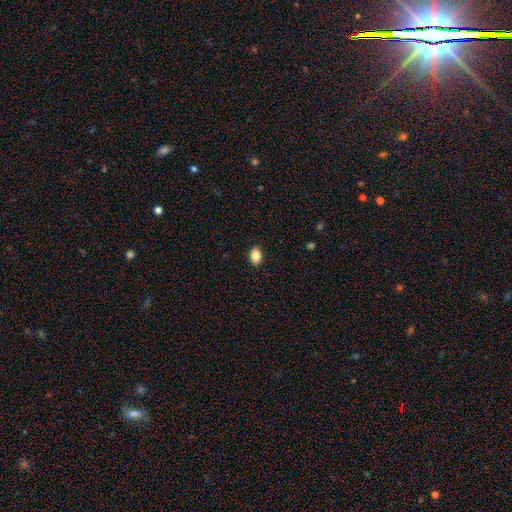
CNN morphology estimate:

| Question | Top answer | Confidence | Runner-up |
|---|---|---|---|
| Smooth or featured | smooth | 85% | star or artifact (9%) |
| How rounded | in between | 76% | round (22%) |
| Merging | none | 90% | minor disturbance (7%) |